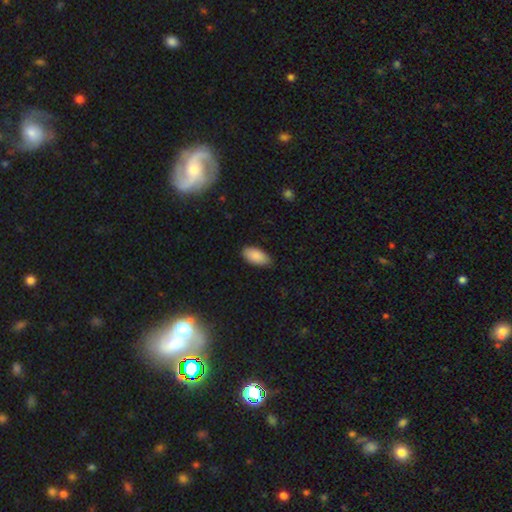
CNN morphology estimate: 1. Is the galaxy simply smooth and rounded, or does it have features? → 89% smooth, 7% star or artifact, 5% featured or disk.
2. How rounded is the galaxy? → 93% in between, 5% cigar-shaped, 2% round.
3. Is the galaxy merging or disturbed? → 82% none, 15% minor disturbance, 2% major disturbance, 1% merger.